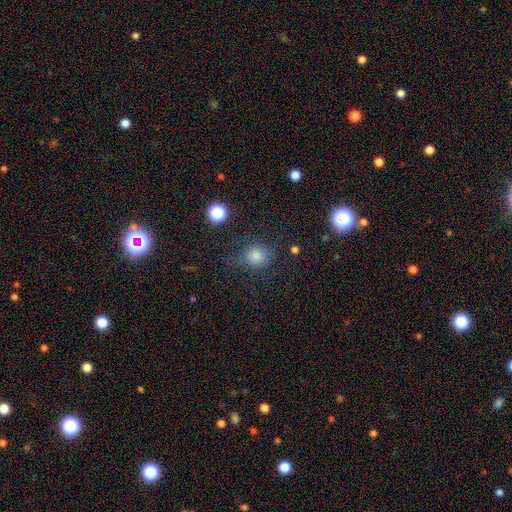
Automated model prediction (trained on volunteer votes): This is likely a smooth galaxy (77%). How rounded: likely round (78%). Merging: likely none (76%).